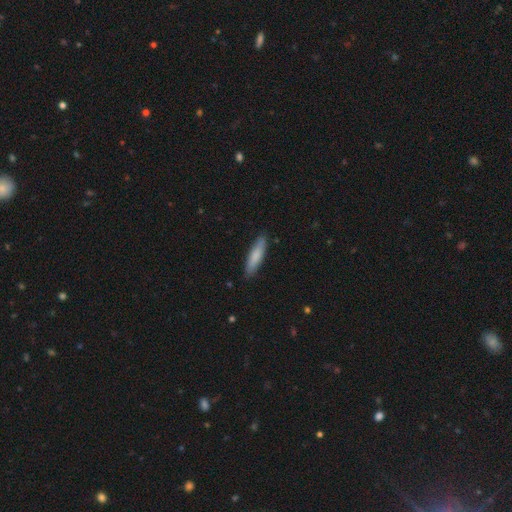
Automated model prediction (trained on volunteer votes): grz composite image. It shows a smooth galaxy with no disk features (80%) that is cigar-shaped (76%). Merging: none (86%).